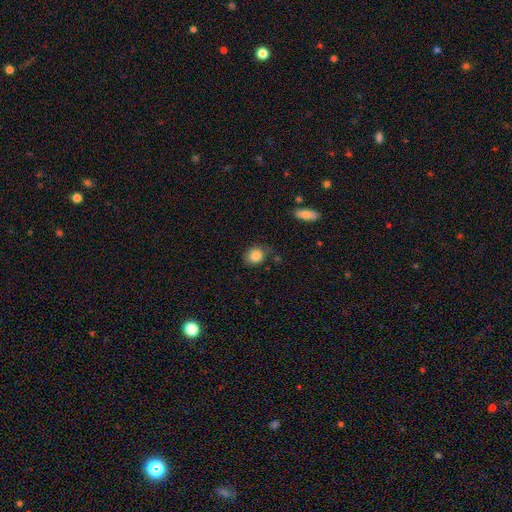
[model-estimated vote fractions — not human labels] Overall: smooth (85%). How rounded: round (72%). Merging: none (74%).